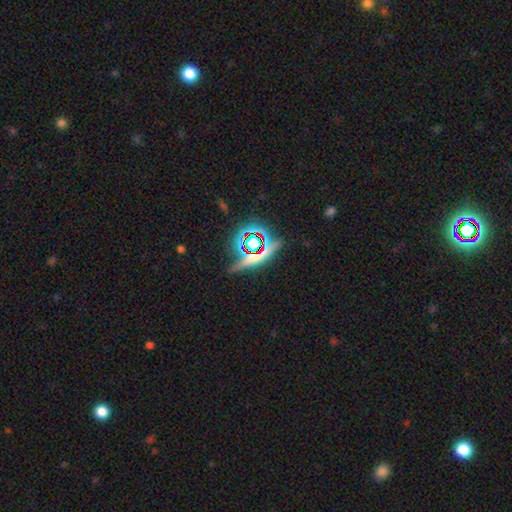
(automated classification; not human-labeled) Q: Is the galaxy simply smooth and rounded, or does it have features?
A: star or artifact — 52%.